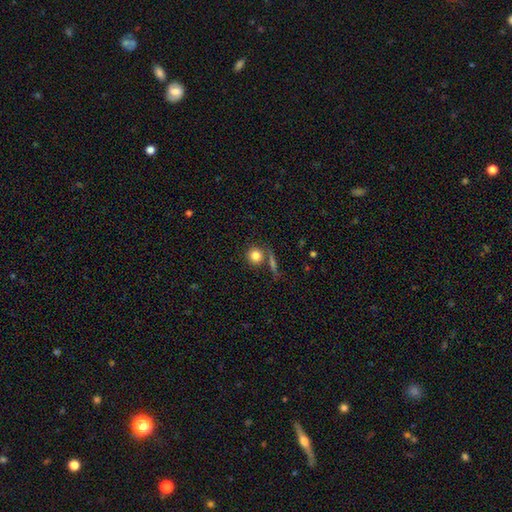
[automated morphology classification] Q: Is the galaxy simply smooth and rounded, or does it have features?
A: smooth — 82%.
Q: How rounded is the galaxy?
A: round — 90%.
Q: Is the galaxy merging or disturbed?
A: none — 69%.